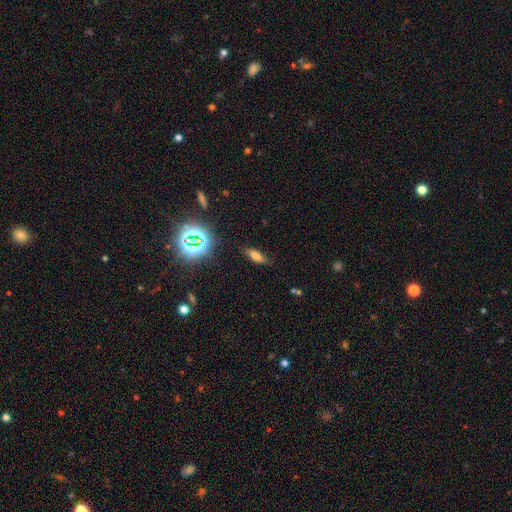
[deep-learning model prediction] Morphology: type=smooth (66%); roundness=in between (64%); merging=none (77%).